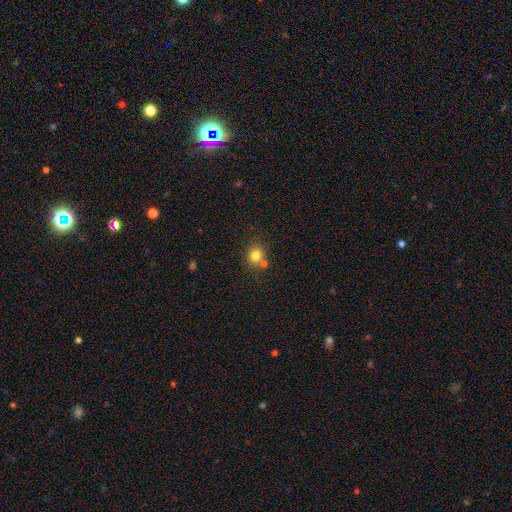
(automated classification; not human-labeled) Overall: smooth (80%). How rounded: round (77%). Merging: none (67%).